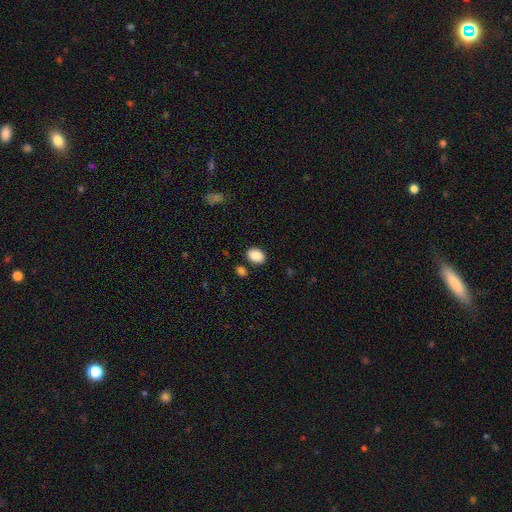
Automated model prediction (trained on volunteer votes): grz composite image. It shows a smooth galaxy with no disk features (88%) that is in between round and cigar-shaped (74%). Merging: none (84%).